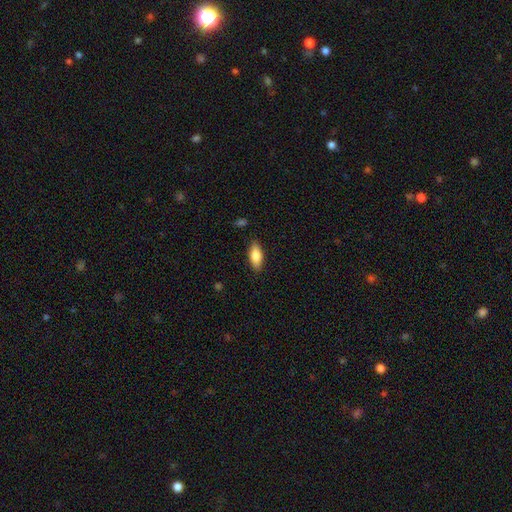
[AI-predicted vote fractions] smooth_or_featured: smooth (p=0.81) [alt: featured or disk p=0.12]
how_rounded: in between (p=0.82) [alt: cigar-shaped p=0.16]
merging: none (p=0.87) [alt: minor disturbance p=0.10]